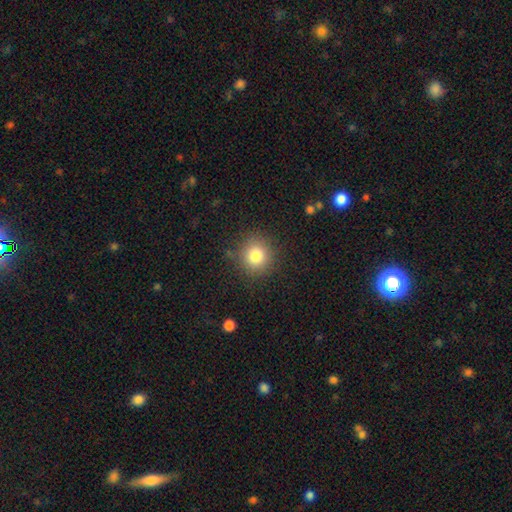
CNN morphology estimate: Smooth or featured: smooth — 81% (star or artifact — 12%)
How rounded: round — 90% (in between — 9%)
Merging: none — 86% (minor disturbance — 9%)